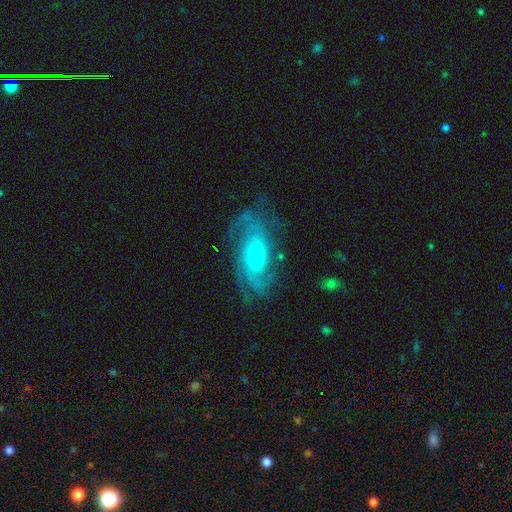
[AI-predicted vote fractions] smooth-or-featured: featured or disk: 81% | smooth: 13% | star or artifact: 6%
  disk-edge-on: no: 94% | yes: 6%
    bar: no: 56% | weak: 35% | strong: 9%
    has-spiral-arms: yes: 95% | no: 5%
      spiral-winding: tight: 50% | medium: 38% | loose: 12%
      spiral-arm-count: 2: 38% | can't tell: 28% | 3: 16% | 4: 8% | 1: 5% | more than 4: 5%
    bulge-size: small: 44% | moderate: 39% | large: 10% | none: 6% | dominant: 2%
  merging: none: 72% | minor disturbance: 17% | major disturbance: 9% | merger: 1%